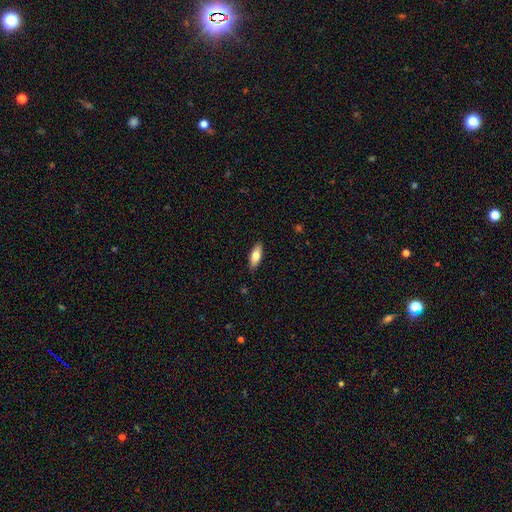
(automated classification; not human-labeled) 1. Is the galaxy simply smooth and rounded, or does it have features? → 75% smooth, 19% featured or disk, 6% star or artifact.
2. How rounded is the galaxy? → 74% in between, 23% cigar-shaped, 2% round.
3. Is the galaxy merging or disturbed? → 88% none, 9% minor disturbance, 2% major disturbance, 1% merger.